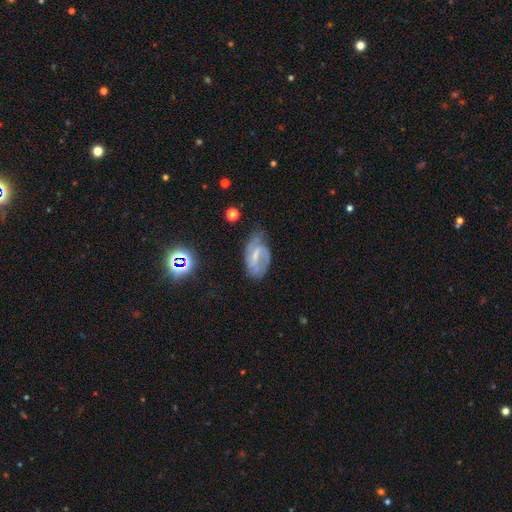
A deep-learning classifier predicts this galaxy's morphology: Overall: featured or disk (76%). Edge-on disk: no (96%). Bar: weak (50%; strong 33%). Spiral arms: yes (90%). Spiral arm count: 2 (61%). Spiral winding: medium (46%; tight 28%). Bulge size: small (53%; moderate 24%). Merging: none (52%; minor disturbance 28%).